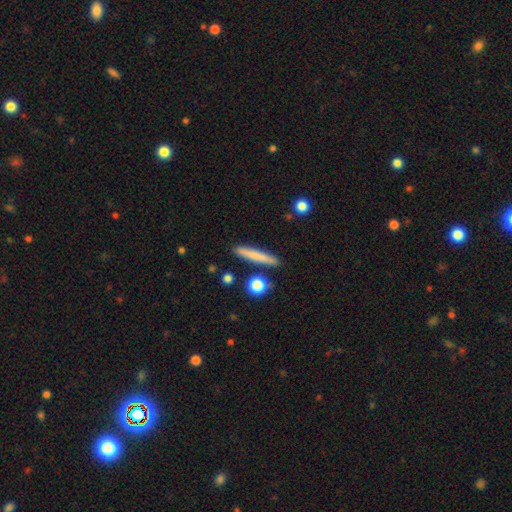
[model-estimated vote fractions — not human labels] Morphology: type=smooth (74%); roundness=cigar-shaped (93%); merging=none (87%).